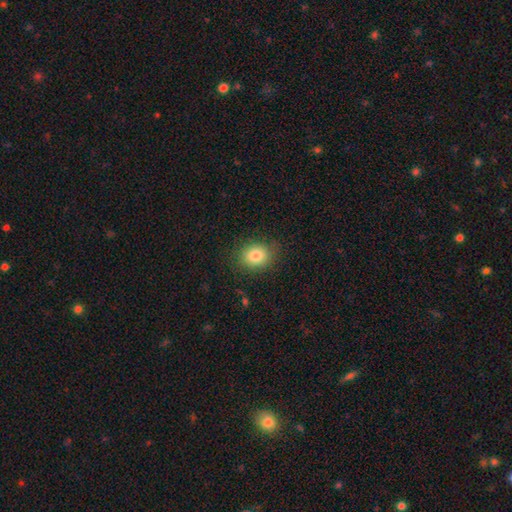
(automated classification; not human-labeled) Q: Smooth or featured?
A: smooth (83%); runner-up: star or artifact (10%)
Q: How rounded?
A: round (54%); runner-up: in between (45%)
Q: Merging?
A: none (84%); runner-up: minor disturbance (12%)